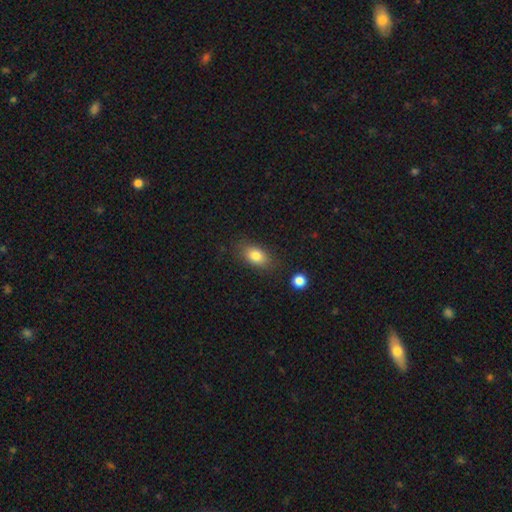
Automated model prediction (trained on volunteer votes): Smooth or featured? Predicted: smooth (p=0.81). How rounded? Predicted: in between (p=0.84). Merging? Predicted: none (p=0.81).